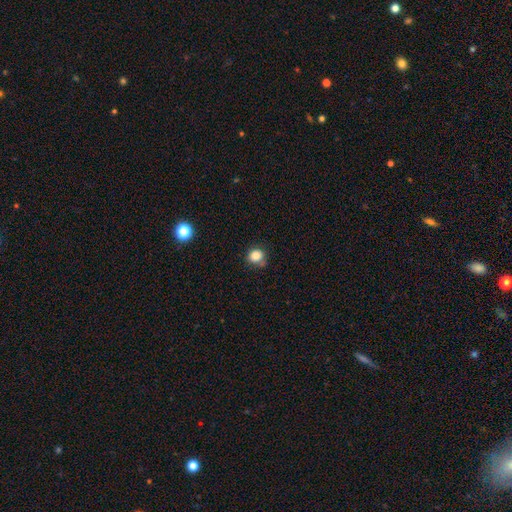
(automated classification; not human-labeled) smooth 84%, star or artifact 11%, featured or disk 5%. Down the decision tree: how rounded — round (76%); merging — none (70%).